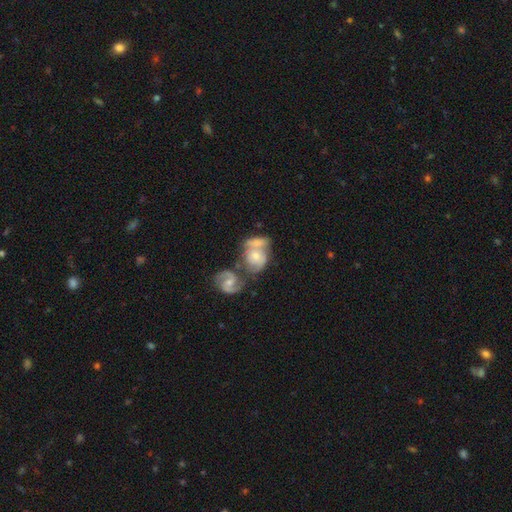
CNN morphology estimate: Smooth or featured? Predicted: featured or disk (p=0.63). Edge-on disk? Predicted: no (p=0.96). Bar? Predicted: no (p=0.61). Spiral arms? Predicted: yes (p=0.82). Bulge size? Predicted: small (p=0.47). Merging? Predicted: merger (p=0.63).